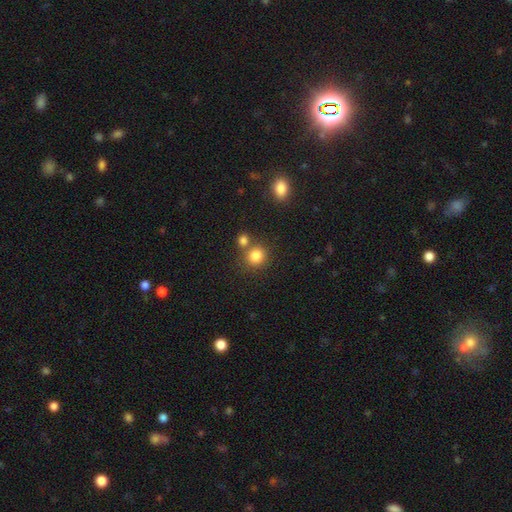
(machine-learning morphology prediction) Q: Smooth or featured?
A: smooth (82%); runner-up: star or artifact (12%)
Q: How rounded?
A: round (87%); runner-up: in between (12%)
Q: Merging?
A: none (66%); runner-up: merger (22%)